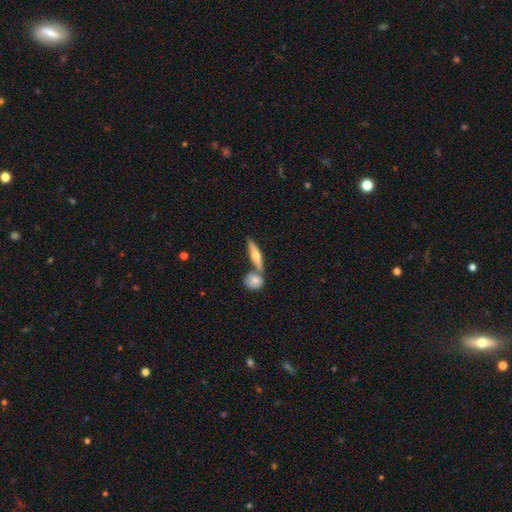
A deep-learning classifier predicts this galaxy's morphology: This appears to be a featured or disk galaxy (48%). Merging: none (62%).